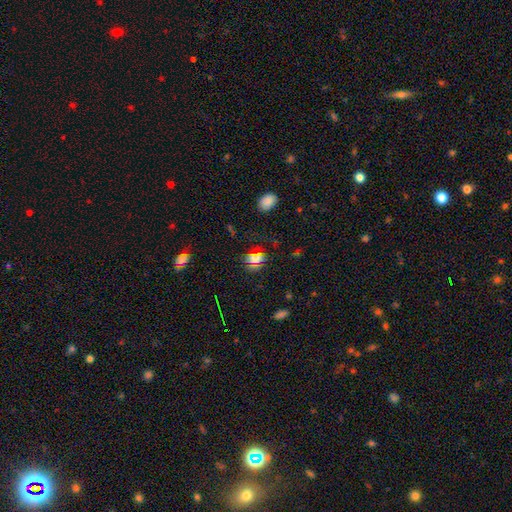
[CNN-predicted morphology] This is possibly a smooth galaxy (58%). How rounded: possibly in between (49%). Merging: likely none (74%).